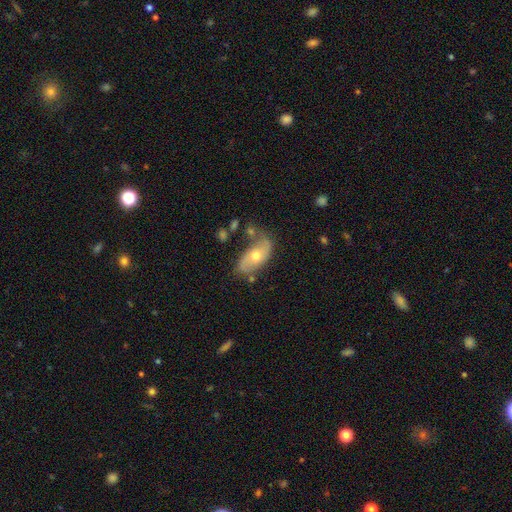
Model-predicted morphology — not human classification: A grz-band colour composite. It shows a featured or disk galaxy (56%) with no bar (76%), spiral arms (69%) and a moderate central bulge (74%). Merging: none (59%).